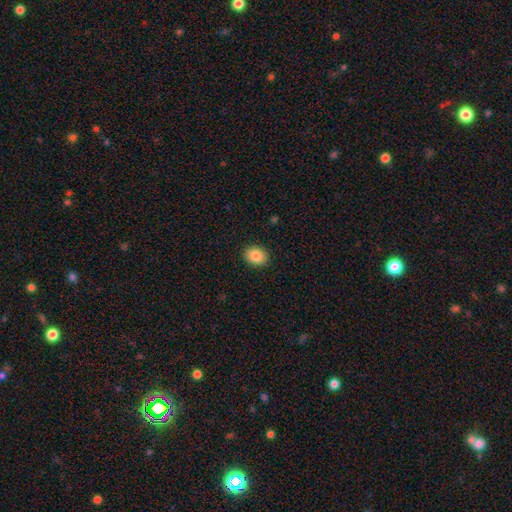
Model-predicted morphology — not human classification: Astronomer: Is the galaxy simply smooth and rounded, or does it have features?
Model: smooth — 87%.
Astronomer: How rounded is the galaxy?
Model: round — 50% (runner-up: in between, 49%).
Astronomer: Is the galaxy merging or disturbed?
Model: none — 91%.